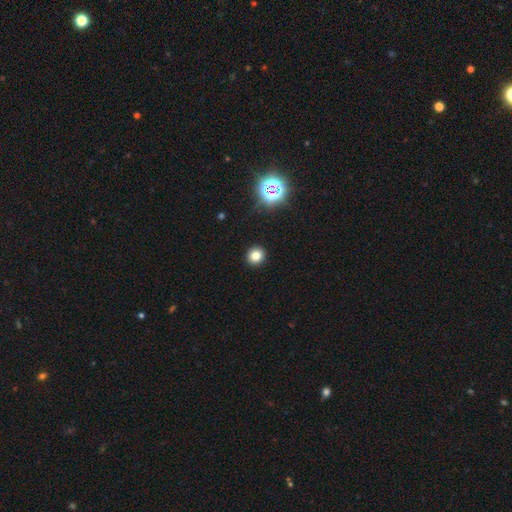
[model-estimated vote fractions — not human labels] Q: Smooth or featured?
A: smooth (78%); runner-up: star or artifact (16%)
Q: How rounded?
A: round (90%); runner-up: in between (9%)
Q: Merging?
A: none (93%); runner-up: minor disturbance (4%)